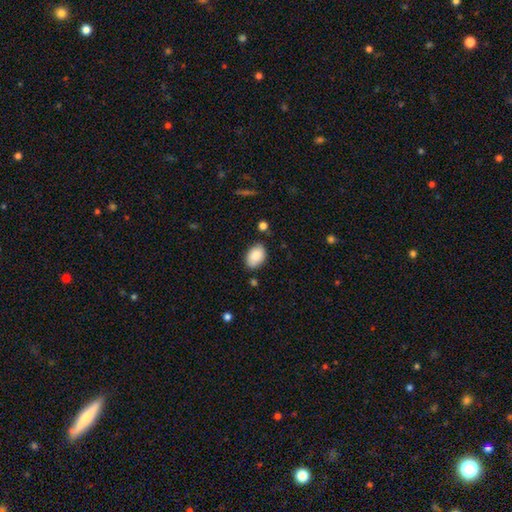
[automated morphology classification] A smooth galaxy with no disk features (86%) that is in between round and cigar-shaped (89%).

Vote fractions:
- Smooth or featured? smooth: 86% / featured or disk: 7% / star or artifact: 7%
- How rounded? in between: 89% / round: 10% / cigar-shaped: 1%
- Merging? none: 80% / minor disturbance: 15% / major disturbance: 3% / merger: 3%